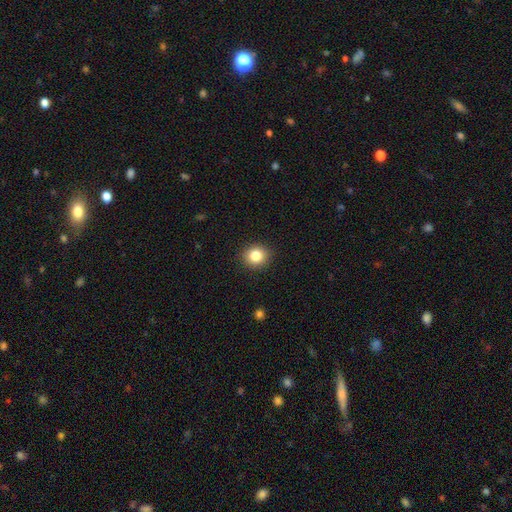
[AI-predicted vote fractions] A smooth galaxy with no disk features (83%) that is round (84%).

Vote fractions:
- Smooth or featured? smooth: 83% / star or artifact: 11% / featured or disk: 7%
- How rounded? round: 84% / in between: 15% / cigar-shaped: 1%
- Merging? none: 91% / minor disturbance: 6% / major disturbance: 2% / merger: 1%